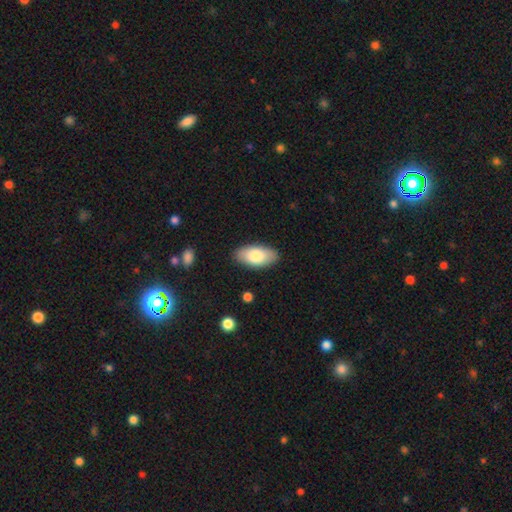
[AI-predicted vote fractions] Smooth or featured?
  - smooth: 80% *
  - featured or disk: 14%
  - star or artifact: 6%
How rounded?
  - in between: 93% *
  - cigar-shaped: 5%
  - round: 2%
Merging?
  - none: 87% *
  - minor disturbance: 10%
  - major disturbance: 2%
  - merger: 1%